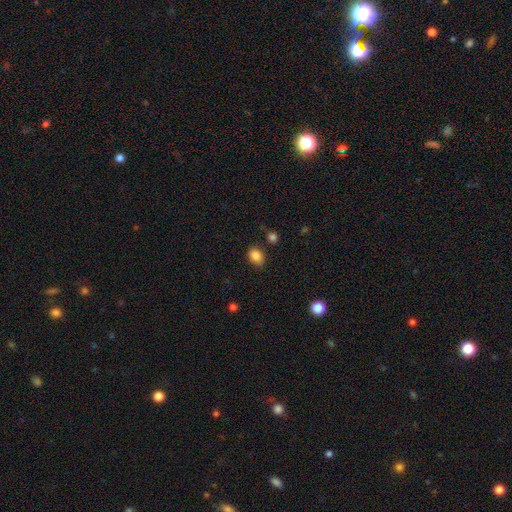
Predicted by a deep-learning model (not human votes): This is clearly a smooth galaxy (86%). How rounded: likely in between (65%). Merging: likely none (74%).